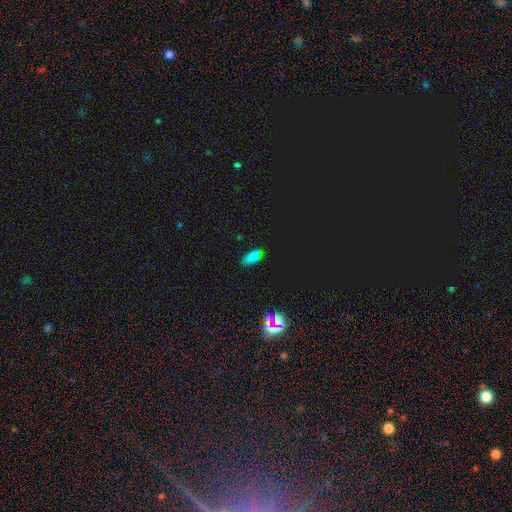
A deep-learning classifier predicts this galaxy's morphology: Smooth or featured? Predicted: smooth (p=0.69). How rounded? Predicted: in between (p=0.87). Merging? Predicted: none (p=0.72).